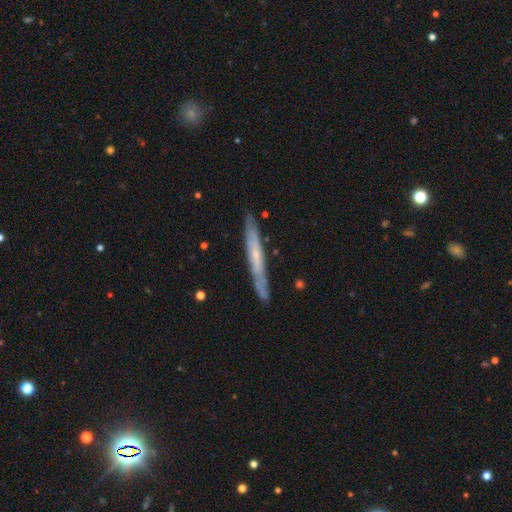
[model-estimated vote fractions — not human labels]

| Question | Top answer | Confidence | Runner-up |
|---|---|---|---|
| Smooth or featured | featured or disk | 59% | smooth (35%) |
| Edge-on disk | yes | 87% | no (13%) |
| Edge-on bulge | none | 65% | rounded (31%) |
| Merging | none | 83% | minor disturbance (13%) |